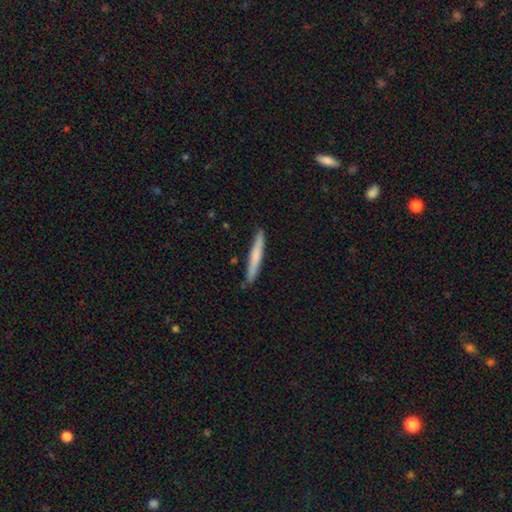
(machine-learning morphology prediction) smooth_or_featured: smooth (p=0.66) [alt: featured or disk p=0.29]
how_rounded: cigar-shaped (p=0.96) [alt: in between p=0.03]
merging: none (p=0.89) [alt: minor disturbance p=0.09]